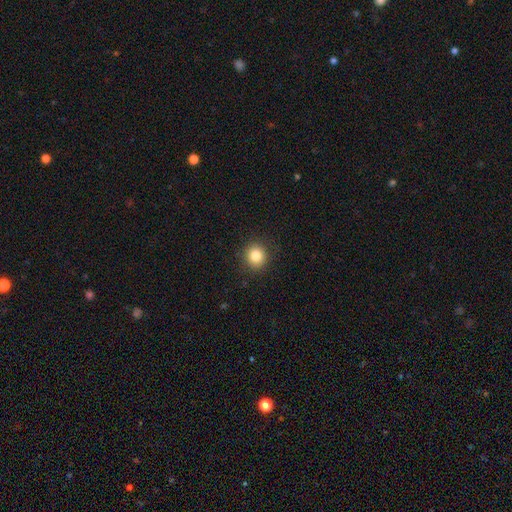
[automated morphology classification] Overall: smooth (83%). How rounded: round (89%). Merging: none (91%).